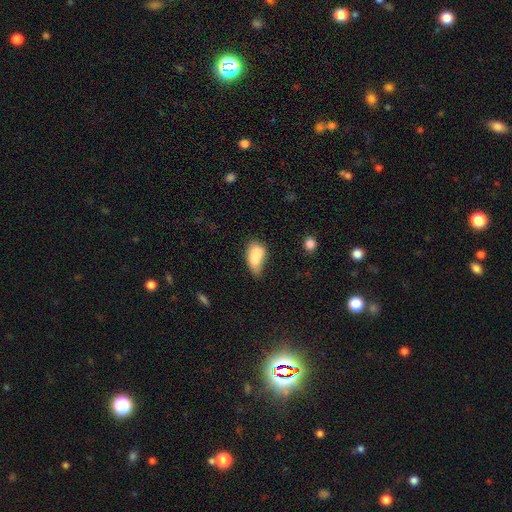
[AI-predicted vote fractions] The model was most divided on "merging": merger: 52%, none: 23%, minor disturbance: 17%, major disturbance: 9%. More confident: how rounded — in between (82%); smooth or featured — smooth (71%).